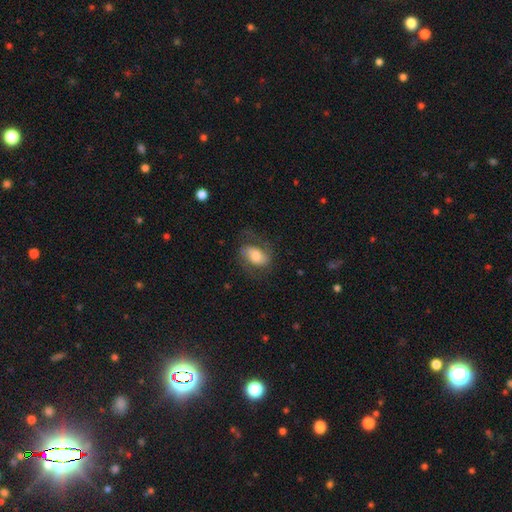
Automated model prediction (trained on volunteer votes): Smooth or featured? Predicted: smooth (p=0.49). Merging? Predicted: none (p=0.60).